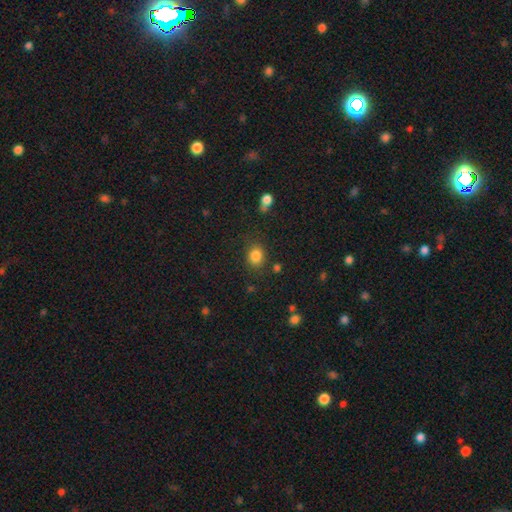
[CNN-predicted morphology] Q: Smooth or featured?
A: smooth (83%); runner-up: star or artifact (11%)
Q: How rounded?
A: round (60%); runner-up: in between (39%)
Q: Merging?
A: none (80%); runner-up: minor disturbance (12%)